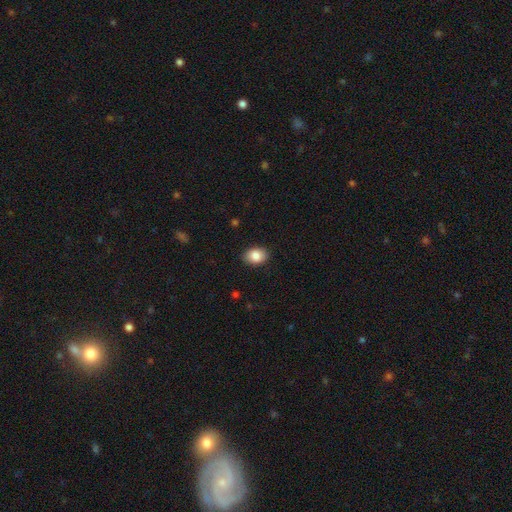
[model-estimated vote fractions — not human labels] A smooth galaxy with no disk features (87%) that is in between round and cigar-shaped (71%).

Vote fractions:
- Smooth or featured? smooth: 87% / star or artifact: 8% / featured or disk: 6%
- How rounded? in between: 71% / round: 27% / cigar-shaped: 1%
- Merging? none: 88% / minor disturbance: 9% / major disturbance: 2% / merger: 1%